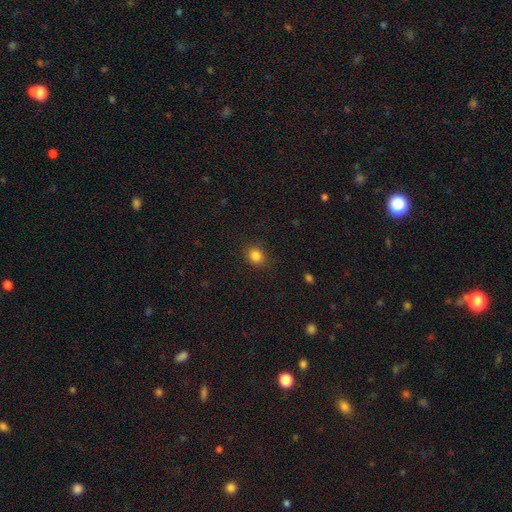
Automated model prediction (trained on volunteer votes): Smooth or featured?
  - smooth: 84% *
  - star or artifact: 12%
  - featured or disk: 5%
How rounded?
  - round: 62% *
  - in between: 37%
  - cigar-shaped: 1%
Merging?
  - none: 86% *
  - minor disturbance: 10%
  - major disturbance: 3%
  - merger: 1%